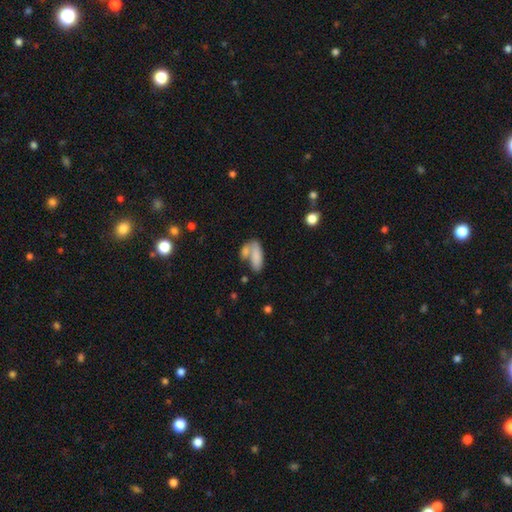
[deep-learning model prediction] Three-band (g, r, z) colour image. It shows a smooth galaxy with no disk features (81%) that is in between round and cigar-shaped (79%). Merging: merger (47%).